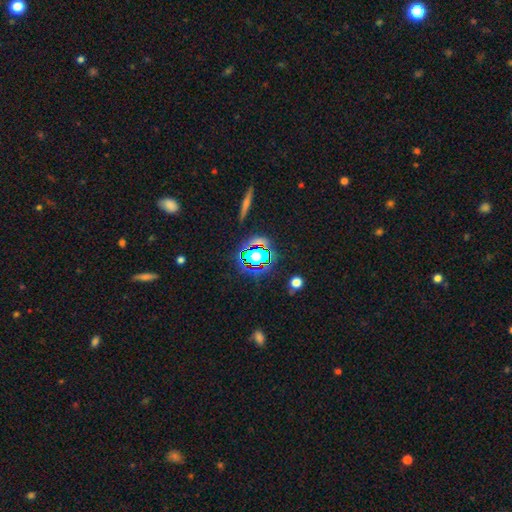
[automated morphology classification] Smooth or featured?
  - star or artifact: 56% *
  - smooth: 30%
  - featured or disk: 14%